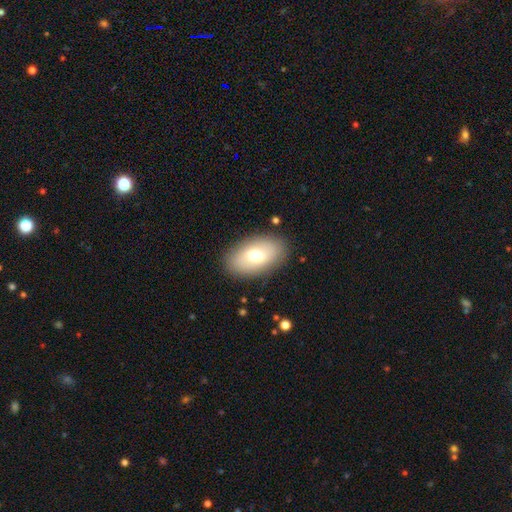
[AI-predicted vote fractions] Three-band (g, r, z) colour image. It shows a smooth galaxy with no disk features (73%) that is in between round and cigar-shaped (93%). Merging: none (87%).